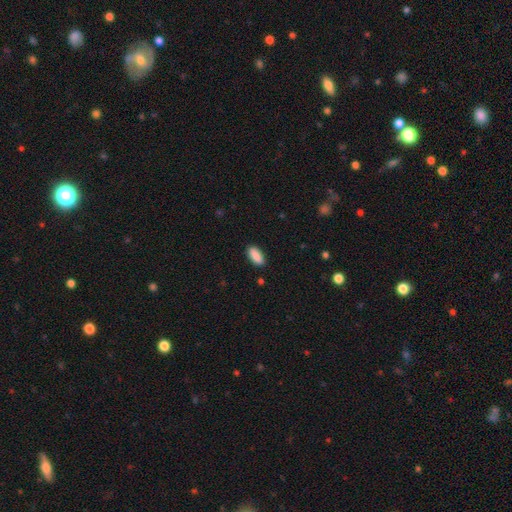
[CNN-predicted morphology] smooth 90%, star or artifact 6%, featured or disk 4%. Down the decision tree: how rounded — in between (84%); merging — none (88%).